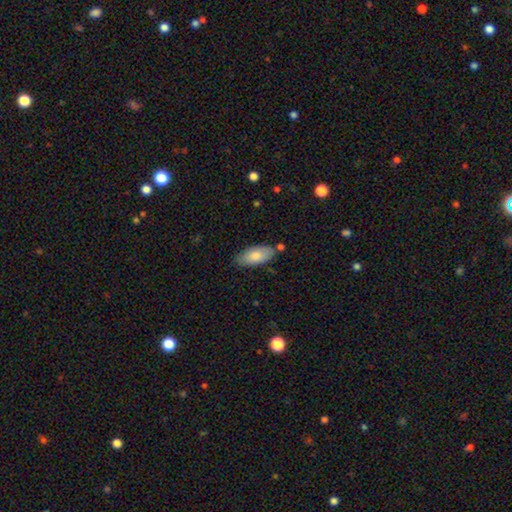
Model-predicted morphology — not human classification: Overall: smooth (77%). How rounded: in between (89%). Merging: none (76%).